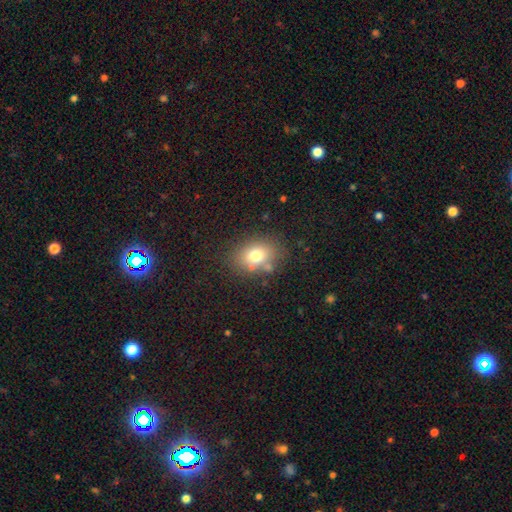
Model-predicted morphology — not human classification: Smooth or featured? smooth (73%)
How rounded? in between (65%)
Merging? none (75%)